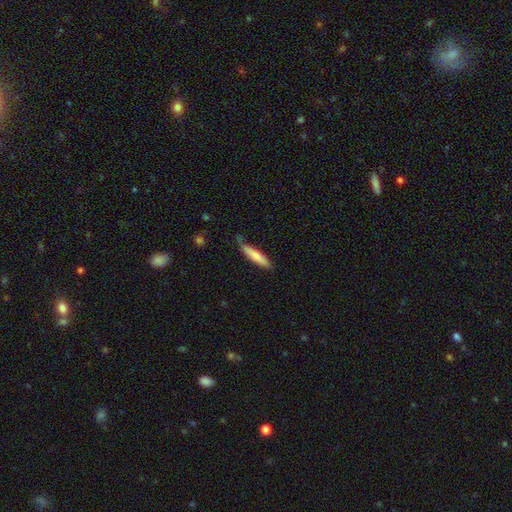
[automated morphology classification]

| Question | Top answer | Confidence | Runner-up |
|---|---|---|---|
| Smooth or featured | smooth | 77% | featured or disk (17%) |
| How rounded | cigar-shaped | 83% | in between (16%) |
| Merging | none | 64% | minor disturbance (27%) |